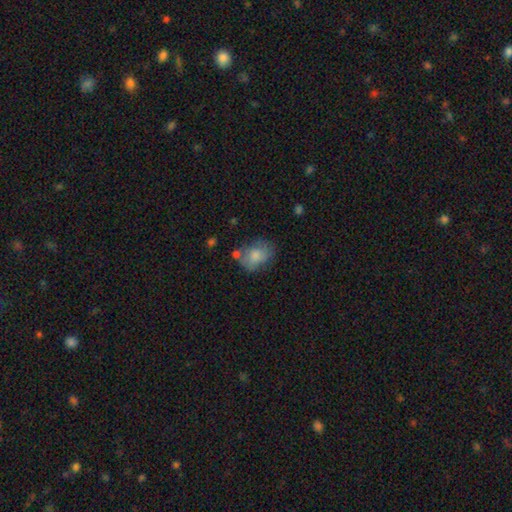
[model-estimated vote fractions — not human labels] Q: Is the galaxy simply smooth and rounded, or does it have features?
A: smooth — 76%.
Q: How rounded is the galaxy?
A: in between — 66%.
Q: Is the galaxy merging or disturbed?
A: none — 52%.